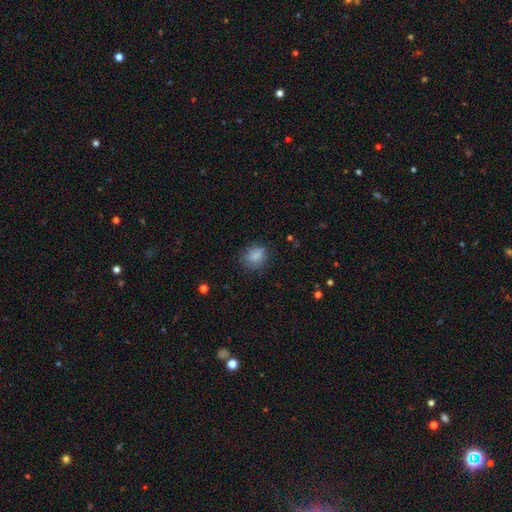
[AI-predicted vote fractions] Morphology: type=smooth (83%); roundness=round (53%); merging=none (69%).